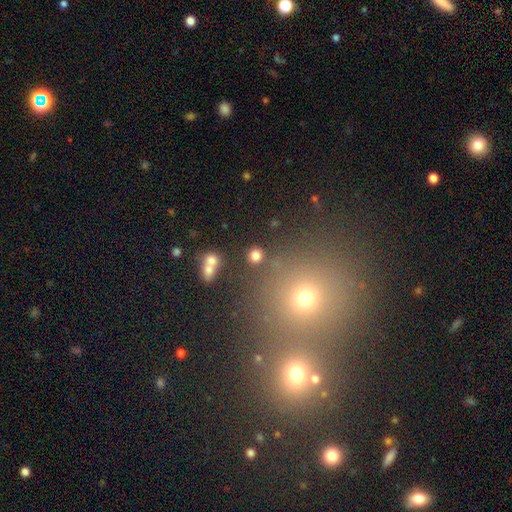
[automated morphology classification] type=smooth (79%); roundness=round (86%); merging=none (76%).